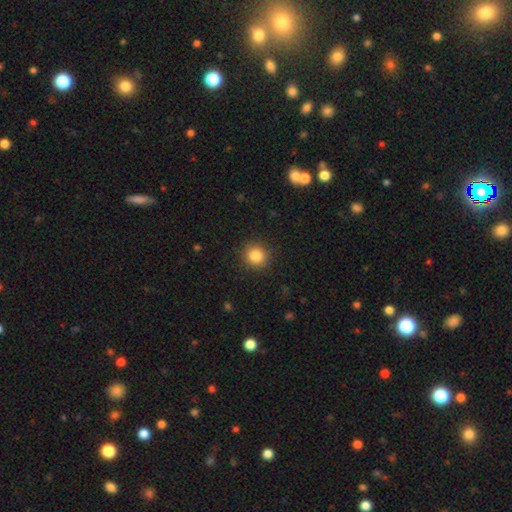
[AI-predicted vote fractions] Smooth or featured? Predicted: smooth (p=0.84). How rounded? Predicted: round (p=0.92). Merging? Predicted: none (p=0.91).